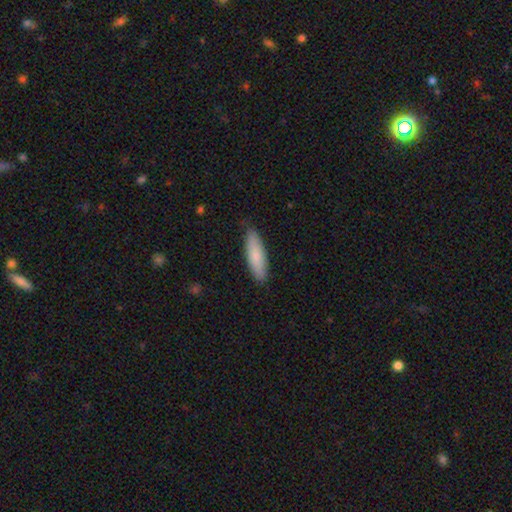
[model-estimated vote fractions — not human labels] Smooth or featured? Predicted: smooth (p=0.82). How rounded? Predicted: cigar-shaped (p=0.62). Merging? Predicted: none (p=0.86).